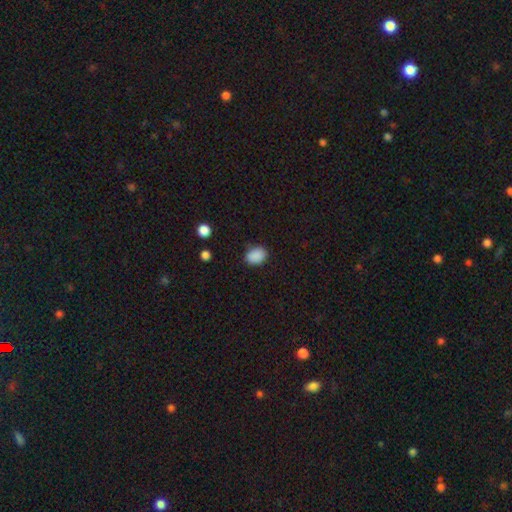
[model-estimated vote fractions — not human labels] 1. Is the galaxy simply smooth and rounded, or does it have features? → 88% smooth, 9% star or artifact, 3% featured or disk.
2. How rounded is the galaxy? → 70% in between, 29% round, 1% cigar-shaped.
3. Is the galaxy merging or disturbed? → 82% none, 14% minor disturbance, 3% major disturbance, 2% merger.